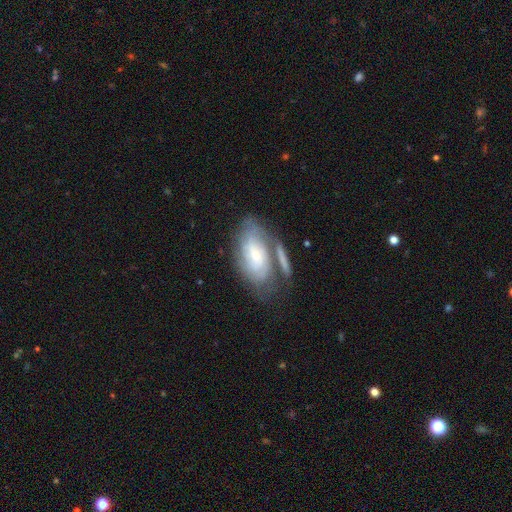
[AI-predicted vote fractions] Smooth or featured? featured or disk (66%)
Edge-on disk? no (93%)
Bar? no (60%)
Spiral arms? yes (83%)
Spiral winding? tight (61%)
Spiral arm count? can't tell (53%)
Bulge size? small (66%)
Merging? none (48%)